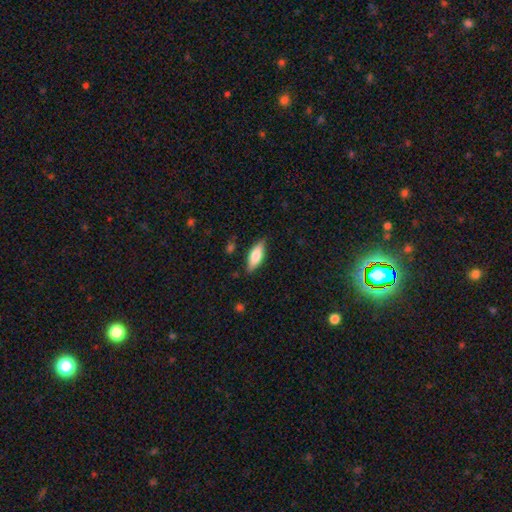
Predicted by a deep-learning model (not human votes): Morphology: type=smooth (69%); roundness=in between (68%); merging=none (82%).